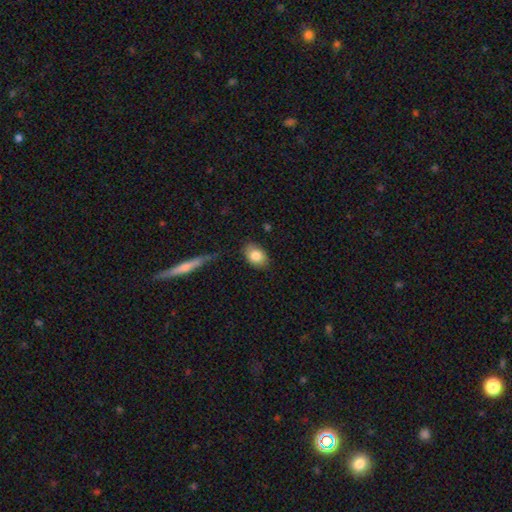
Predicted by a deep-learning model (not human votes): This appears to be a smooth galaxy with no disk features (82%) that is in between round and cigar-shaped (81%). Merging: none (81%).